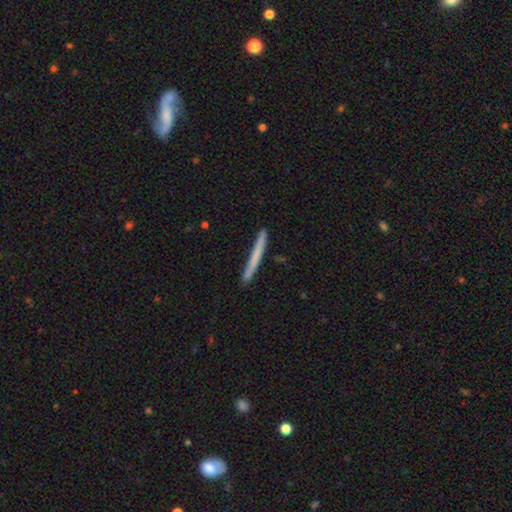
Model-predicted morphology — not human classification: Q: Smooth or featured?
A: smooth (63%); runner-up: featured or disk (31%)
Q: How rounded?
A: cigar-shaped (97%); runner-up: in between (2%)
Q: Merging?
A: none (88%); runner-up: minor disturbance (9%)